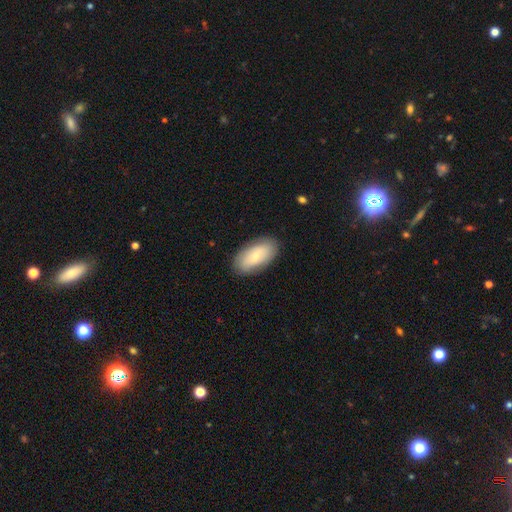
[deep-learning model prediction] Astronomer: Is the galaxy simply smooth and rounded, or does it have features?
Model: smooth — 69%.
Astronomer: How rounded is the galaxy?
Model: in between — 92%.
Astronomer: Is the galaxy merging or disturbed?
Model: none — 86%.